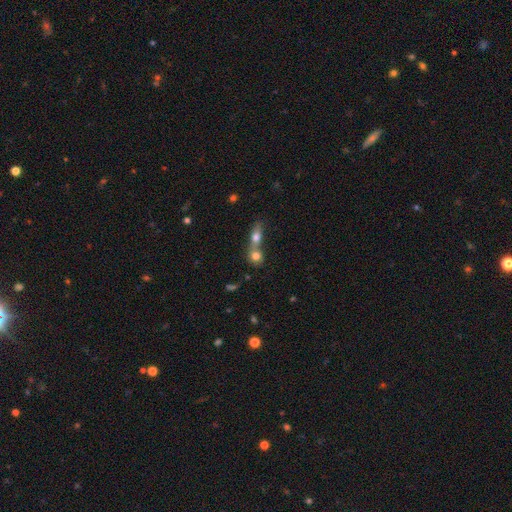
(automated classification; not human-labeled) Morphology: type=smooth (74%); roundness=round (63%); merging=merger (63%).